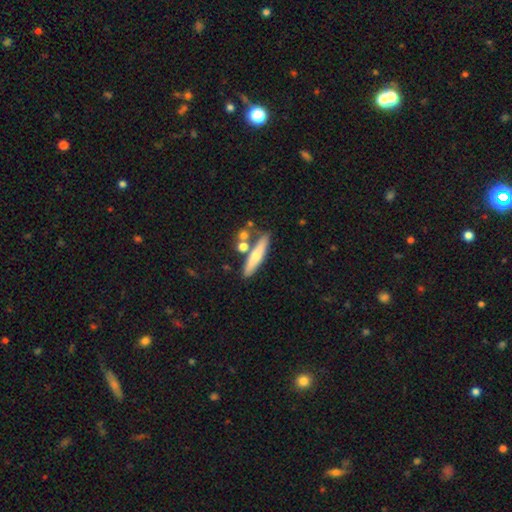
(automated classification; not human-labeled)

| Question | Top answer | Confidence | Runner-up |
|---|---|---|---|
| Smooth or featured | smooth | 56% | featured or disk (37%) |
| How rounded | cigar-shaped | 79% | in between (17%) |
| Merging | none | 70% | merger (15%) |